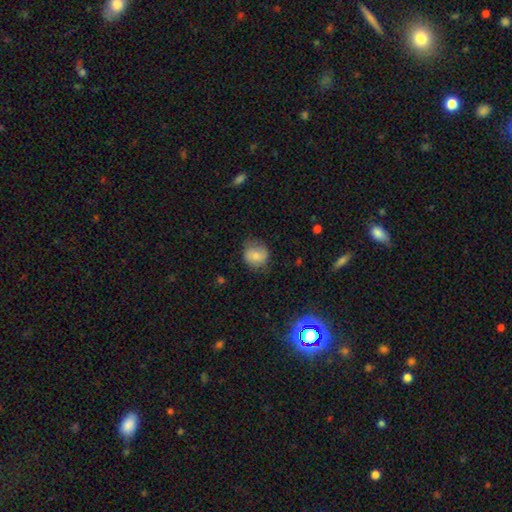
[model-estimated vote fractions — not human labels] smooth 75%, featured or disk 17%, star or artifact 8%. Down the decision tree: how rounded — round (75%); merging — none (67%).